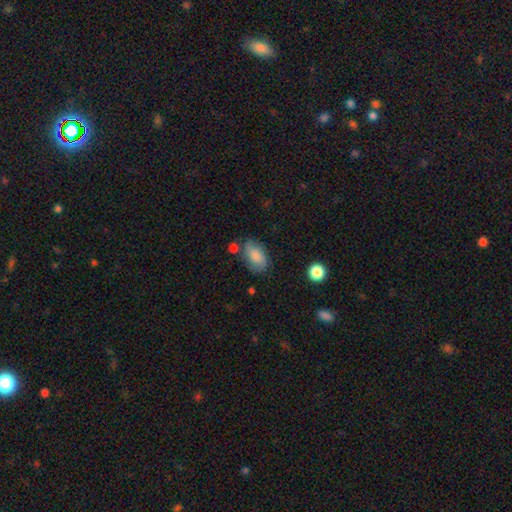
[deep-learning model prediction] This is likely a smooth galaxy (70%). How rounded: clearly in between (89%). Merging: likely none (65%).